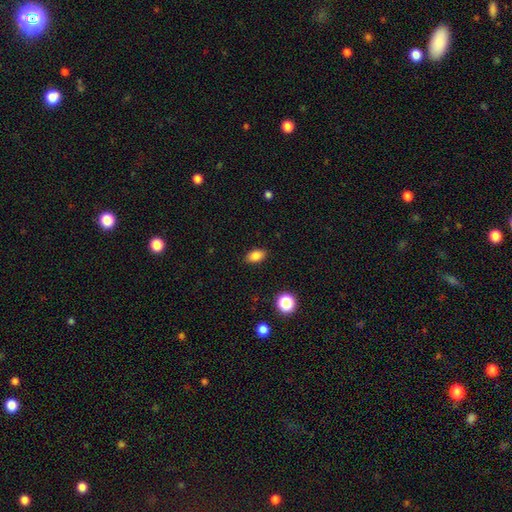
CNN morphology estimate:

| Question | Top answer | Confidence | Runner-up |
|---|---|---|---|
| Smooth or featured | smooth | 85% | star or artifact (10%) |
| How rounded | in between | 88% | round (10%) |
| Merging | none | 88% | minor disturbance (9%) |